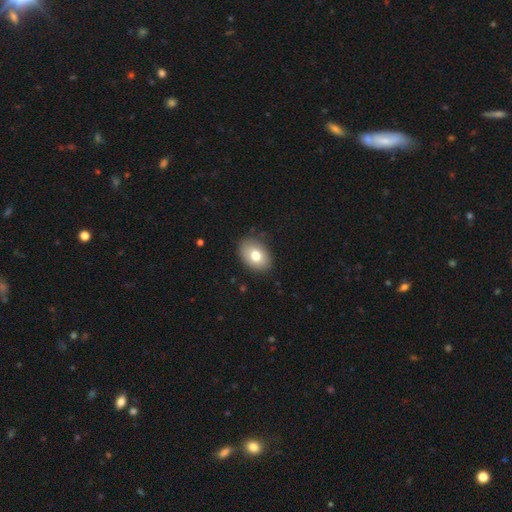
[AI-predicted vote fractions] smooth 76%, featured or disk 16%, star or artifact 8%. Down the decision tree: how rounded — in between (79%); merging — none (82%).